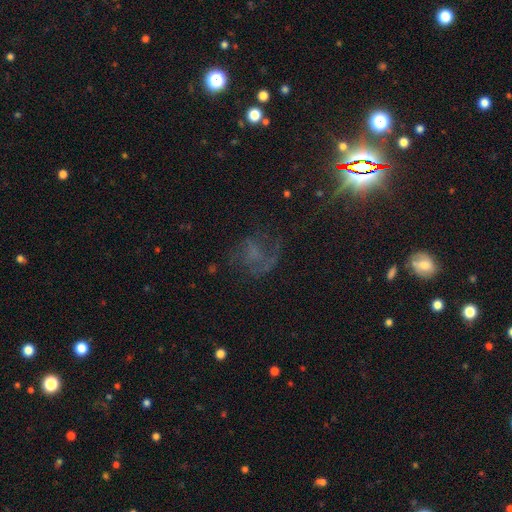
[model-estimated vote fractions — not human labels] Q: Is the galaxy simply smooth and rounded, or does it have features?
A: featured or disk — 44%.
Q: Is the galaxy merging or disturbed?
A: none — 50%.